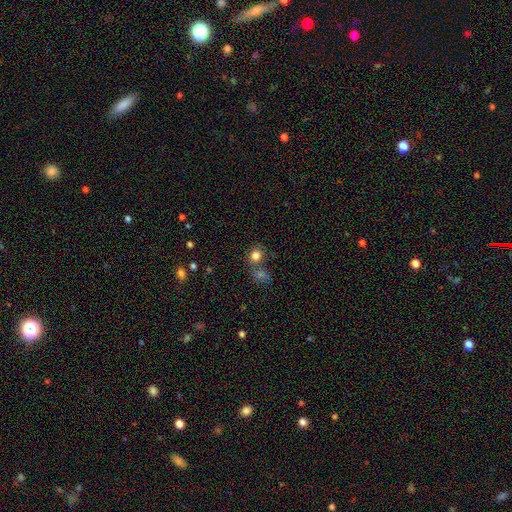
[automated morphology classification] A smooth galaxy with no disk features (80%) that is round (77%).

Vote fractions:
- Smooth or featured? smooth: 80% / star or artifact: 13% / featured or disk: 7%
- How rounded? round: 77% / in between: 22% / cigar-shaped: 1%
- Merging? none: 57% / merger: 27% / minor disturbance: 11% / major disturbance: 5%